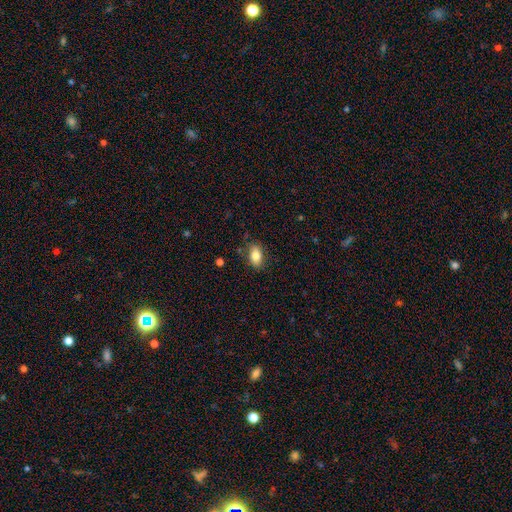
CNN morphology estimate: smooth 81%, featured or disk 12%, star or artifact 8%. Down the decision tree: how rounded — in between (90%); merging — none (82%).